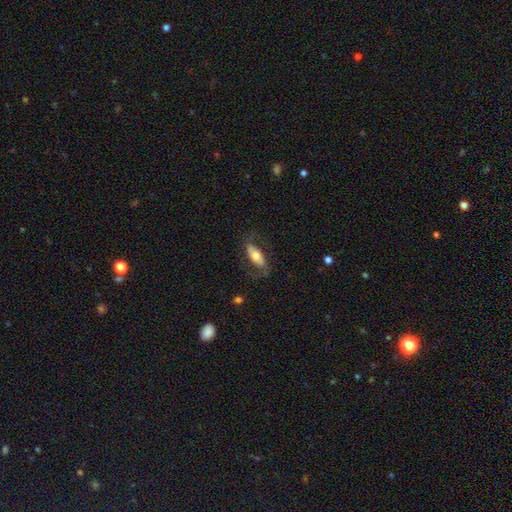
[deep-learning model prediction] Overall: smooth (54%; featured or disk 40%). How rounded: in between (77%). Merging: none (68%).